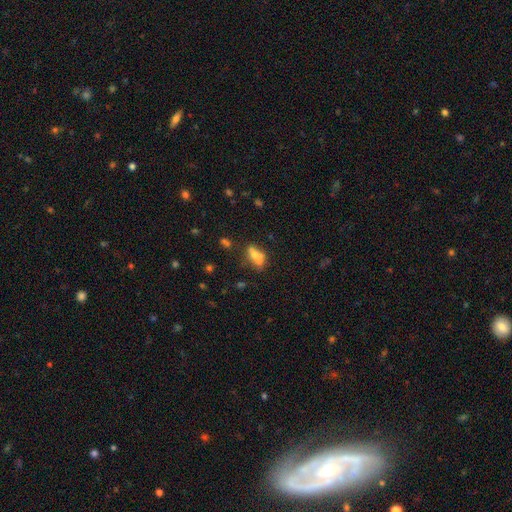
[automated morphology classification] This is possibly a smooth galaxy (56%). How rounded: possibly in between (50%). Merging: possibly merger (59%).